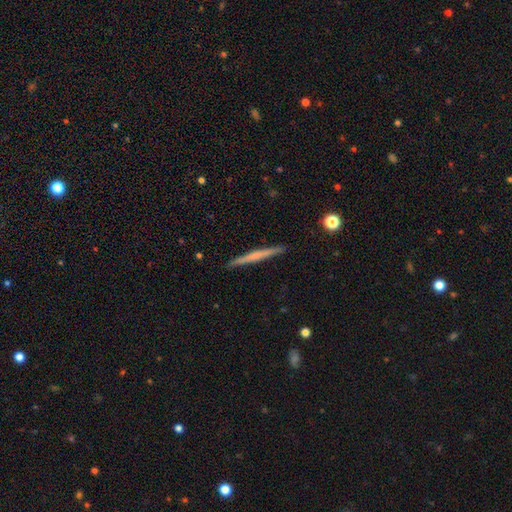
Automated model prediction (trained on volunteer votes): Smooth or featured?
  - featured or disk: 50% *
  - smooth: 44%
  - star or artifact: 6%
Edge-on disk?
  - yes: 98% *
  - no: 2%
Merging?
  - none: 92% *
  - minor disturbance: 6%
  - major disturbance: 1%
  - merger: 1%